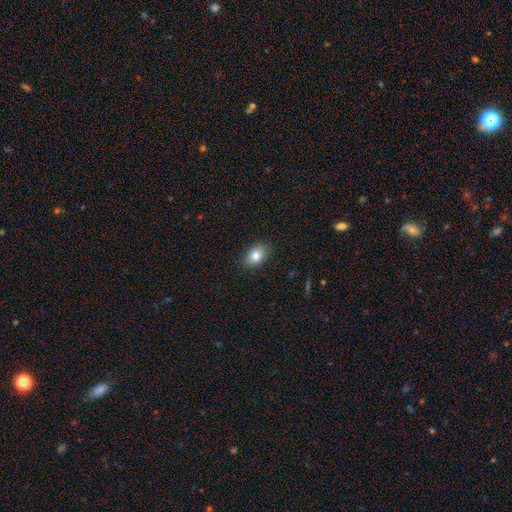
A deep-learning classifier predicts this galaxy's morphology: Smooth or featured: smooth — 83% (star or artifact — 9%)
How rounded: in between — 82% (round — 17%)
Merging: none — 88% (minor disturbance — 9%)